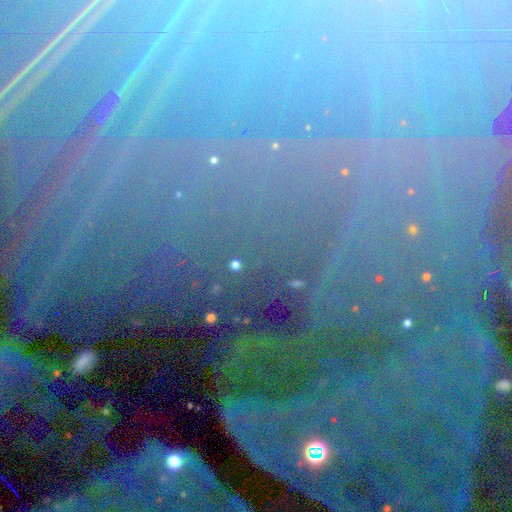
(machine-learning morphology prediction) This is clearly a star or artifact rather than a galaxy (84%).